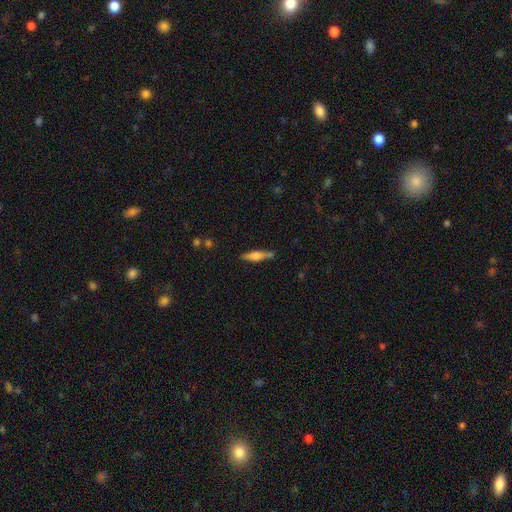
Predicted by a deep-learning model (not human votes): The model was most divided on "smooth or featured": featured or disk: 47%, smooth: 46%, star or artifact: 7%. More confident: merging — none (79%).